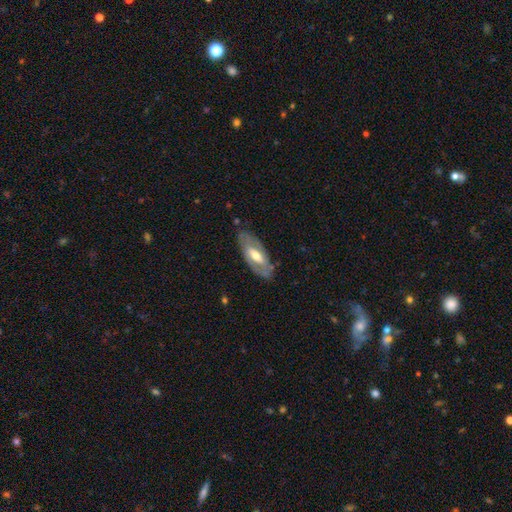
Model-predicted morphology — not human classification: Smooth or featured?
  - featured or disk: 63% *
  - smooth: 32%
  - star or artifact: 5%
Edge-on disk?
  - no: 82% *
  - yes: 18%
Bar?
  - weak: 39% *
  - strong: 31%
  - no: 30%
Spiral arms?
  - no: 57% *
  - yes: 43%
Bulge size?
  - moderate: 64% *
  - small: 20%
  - large: 13%
  - none: 1%
  - dominant: 1%
Merging?
  - none: 77% *
  - minor disturbance: 16%
  - major disturbance: 5%
  - merger: 2%